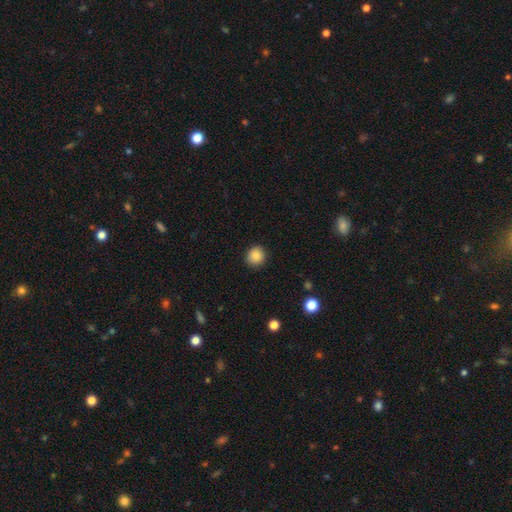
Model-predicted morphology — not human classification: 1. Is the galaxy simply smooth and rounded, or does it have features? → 87% smooth, 9% star or artifact, 4% featured or disk.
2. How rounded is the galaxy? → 89% round, 10% in between, 1% cigar-shaped.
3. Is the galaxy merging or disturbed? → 90% none, 7% minor disturbance, 2% major disturbance, 1% merger.